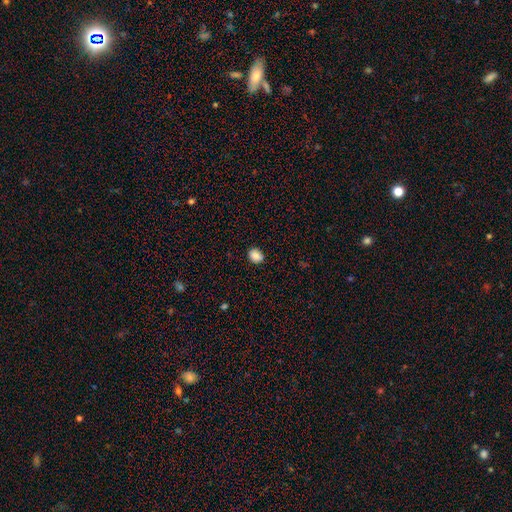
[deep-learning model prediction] smooth_or_featured: smooth (p=0.87) [alt: star or artifact p=0.09]
how_rounded: in between (p=0.50) [alt: round p=0.49]
merging: none (p=0.87) [alt: minor disturbance p=0.10]